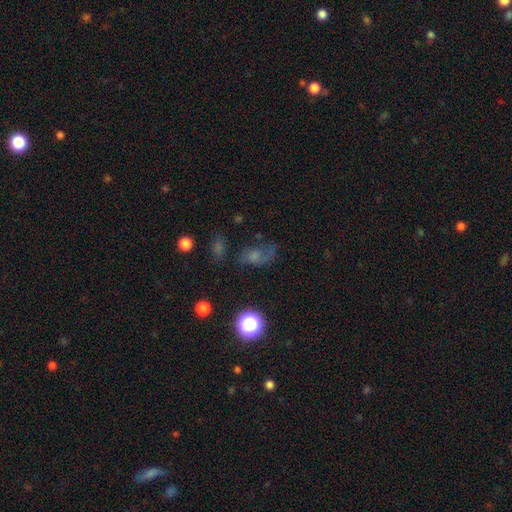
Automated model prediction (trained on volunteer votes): A smooth galaxy with no disk features (42%).

Vote fractions:
- Smooth or featured? smooth: 42% / featured or disk: 32% / star or artifact: 26%
- Merging? none: 48% / major disturbance: 24% / minor disturbance: 23% / merger: 5%